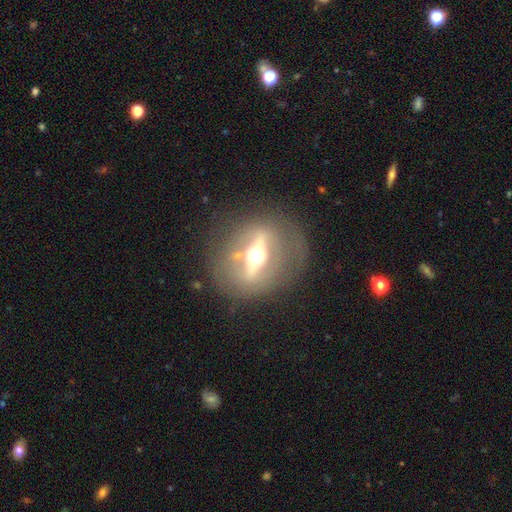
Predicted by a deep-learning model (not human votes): This is likely a featured or disk galaxy (80%). It is possibly not viewed edge-on (50%, tied with yes). Merging: likely none (78%).